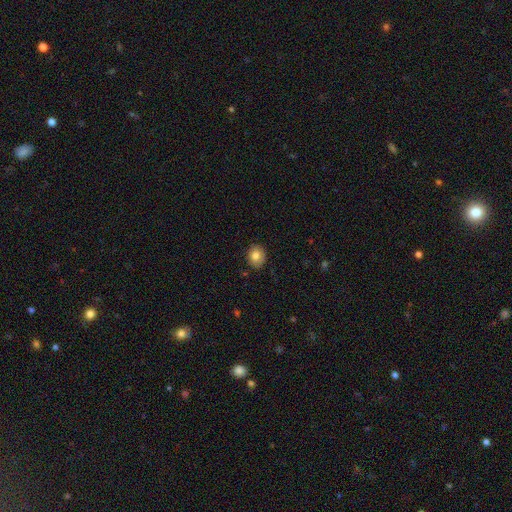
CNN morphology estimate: smooth 80%, featured or disk 11%, star or artifact 9%. Down the decision tree: how rounded — round (58%); merging — none (86%).